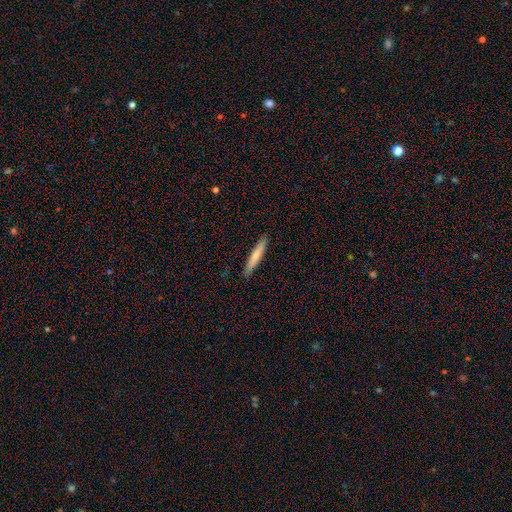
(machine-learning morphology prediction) Smooth or featured: smooth — 71% (featured or disk — 24%)
How rounded: cigar-shaped — 94% (in between — 5%)
Merging: none — 90% (minor disturbance — 7%)